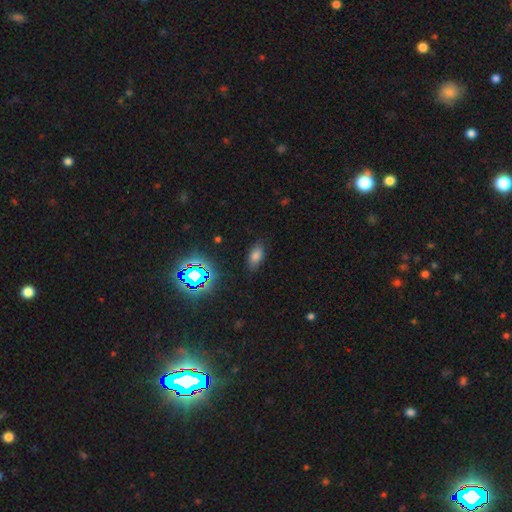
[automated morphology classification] This appears to be a smooth galaxy with no disk features (70%) that is in between round and cigar-shaped (89%). Merging: none (82%).